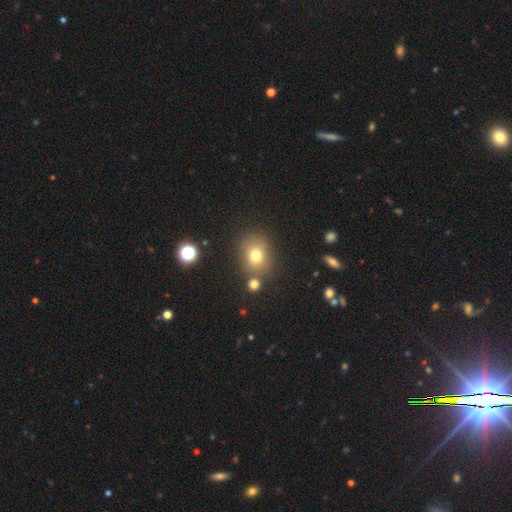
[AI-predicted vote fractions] Morphology: type=smooth (74%); roundness=round (68%); merging=none (73%).